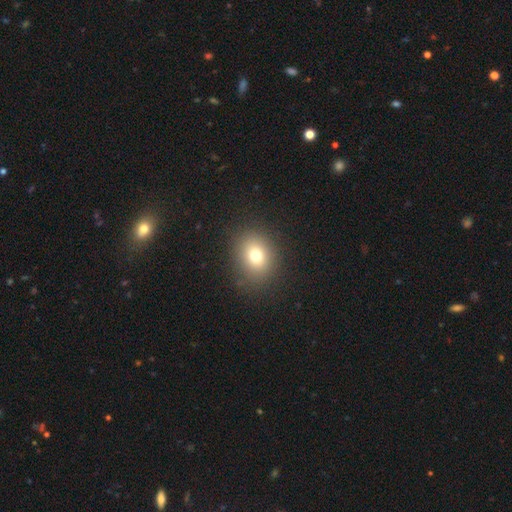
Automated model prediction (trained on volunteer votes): smooth-or-featured: smooth: 74% | star or artifact: 15% | featured or disk: 11%
  how-rounded: round: 67% | in between: 32% | cigar-shaped: 1%
  merging: none: 87% | minor disturbance: 8% | major disturbance: 4% | merger: 1%